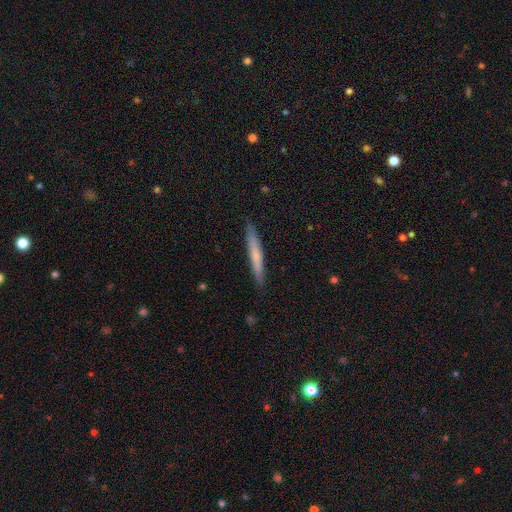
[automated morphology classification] Smooth or featured? Predicted: smooth (p=0.64). How rounded? Predicted: cigar-shaped (p=0.96). Merging? Predicted: none (p=0.90).